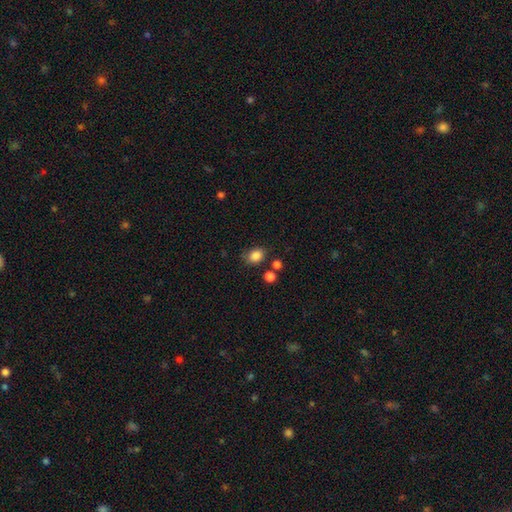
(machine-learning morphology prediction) smooth 84%, star or artifact 10%, featured or disk 5%. Down the decision tree: how rounded — in between (57%); merging — none (72%).